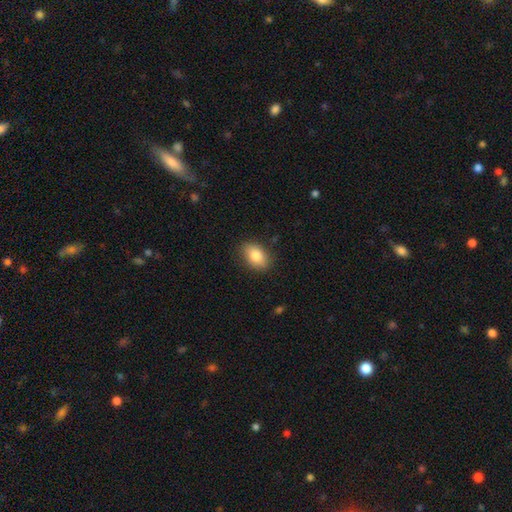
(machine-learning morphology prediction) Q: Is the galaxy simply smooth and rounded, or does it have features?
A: smooth — 84%.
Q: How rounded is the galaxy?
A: in between — 86%.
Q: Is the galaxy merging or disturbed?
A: none — 85%.